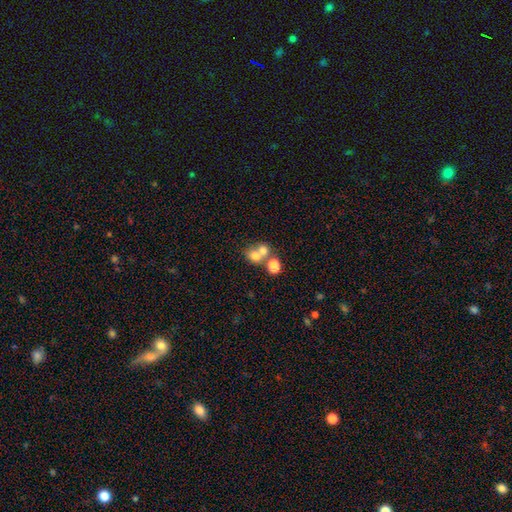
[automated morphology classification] smooth 67%, featured or disk 19%, star or artifact 14%. Down the decision tree: how rounded — round (65%); merging — merger (58%).